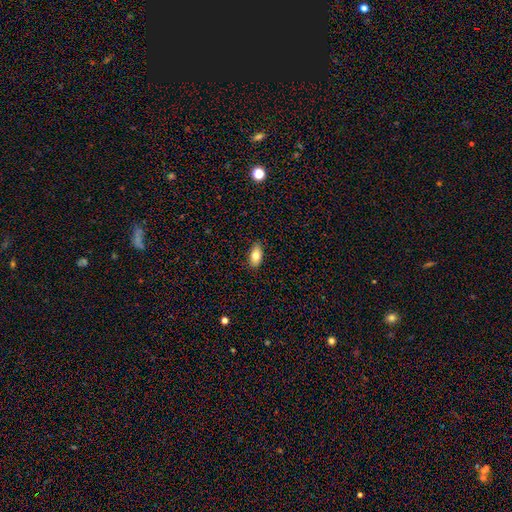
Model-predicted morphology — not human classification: Smooth or featured? smooth (78%)
How rounded? in between (91%)
Merging? none (88%)